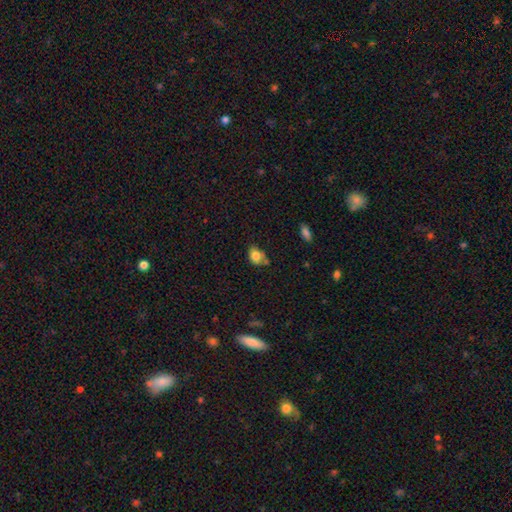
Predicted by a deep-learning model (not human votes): Smooth or featured: smooth — 80% (star or artifact — 10%)
How rounded: in between — 68% (round — 31%)
Merging: none — 50% (minor disturbance — 31%)